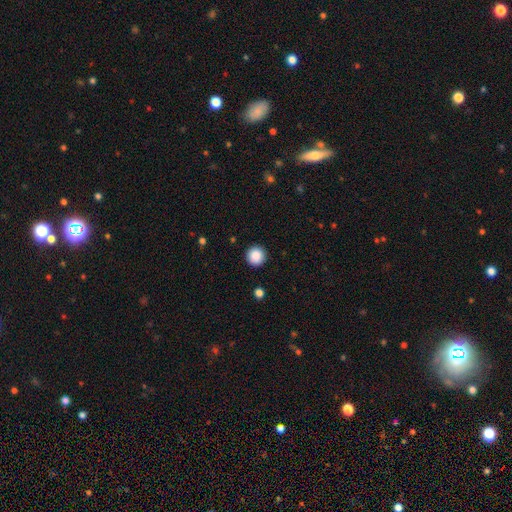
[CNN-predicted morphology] smooth 88%, star or artifact 9%, featured or disk 3%. Down the decision tree: how rounded — round (96%); merging — none (92%).